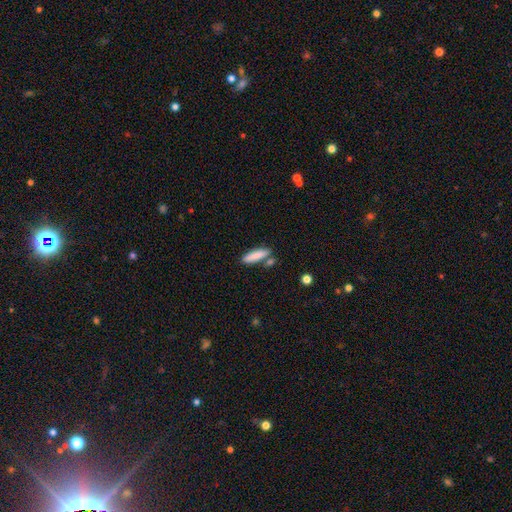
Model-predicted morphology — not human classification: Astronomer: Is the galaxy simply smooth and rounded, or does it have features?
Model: smooth — 84%.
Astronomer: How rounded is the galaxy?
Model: cigar-shaped — 72%.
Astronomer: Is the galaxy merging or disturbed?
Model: none — 73%.